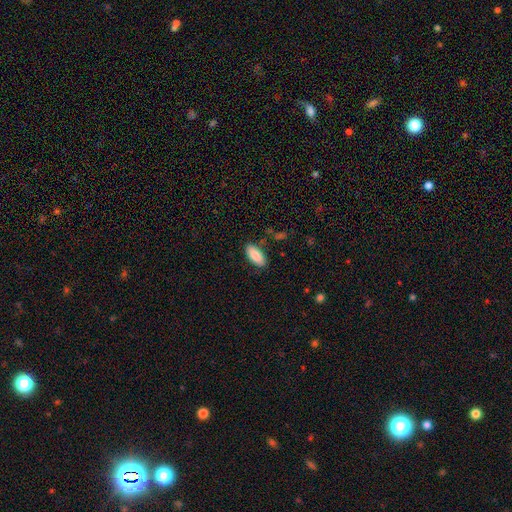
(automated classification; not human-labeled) The model was most divided on "merging": none: 84%, minor disturbance: 11%, major disturbance: 3%, merger: 2%. More confident: smooth or featured — smooth (88%); how rounded — in between (87%).